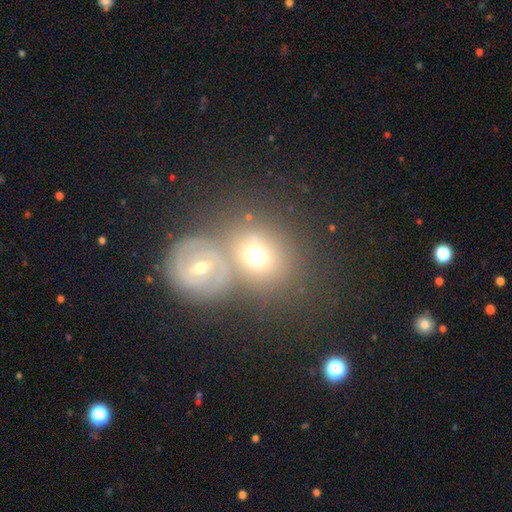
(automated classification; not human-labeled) Smooth or featured?
  - smooth: 56% *
  - featured or disk: 34%
  - star or artifact: 10%
How rounded?
  - round: 58% *
  - in between: 41%
  - cigar-shaped: 1%
Merging?
  - merger: 51% *
  - none: 36%
  - minor disturbance: 9%
  - major disturbance: 5%